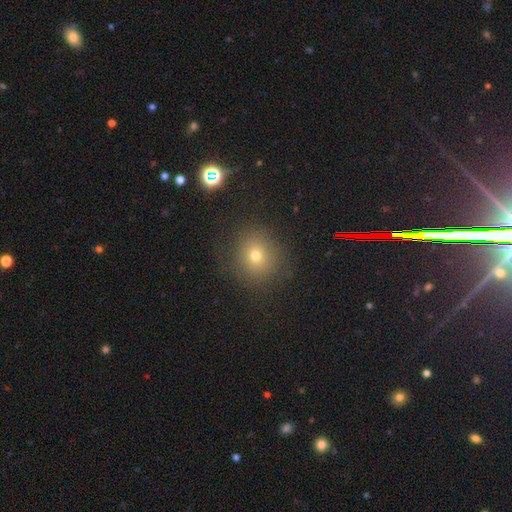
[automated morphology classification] This appears to be a smooth galaxy with no disk features (69%) that is round (84%). Merging: none (84%).